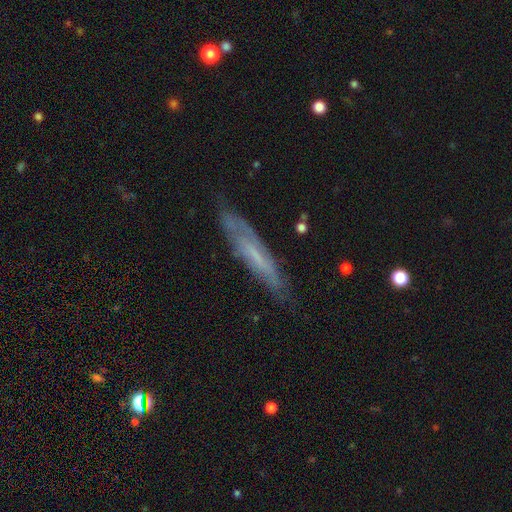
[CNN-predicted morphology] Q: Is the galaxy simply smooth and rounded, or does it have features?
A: featured or disk — 59%.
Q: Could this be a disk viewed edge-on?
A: yes — 59%.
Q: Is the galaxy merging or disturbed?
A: none — 72%.